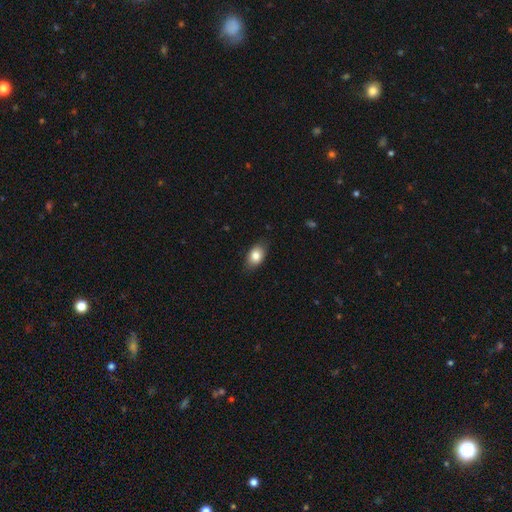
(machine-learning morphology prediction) Smooth or featured?
  - smooth: 83% *
  - featured or disk: 10%
  - star or artifact: 8%
How rounded?
  - in between: 87% *
  - round: 11%
  - cigar-shaped: 2%
Merging?
  - none: 82% *
  - minor disturbance: 14%
  - major disturbance: 3%
  - merger: 1%